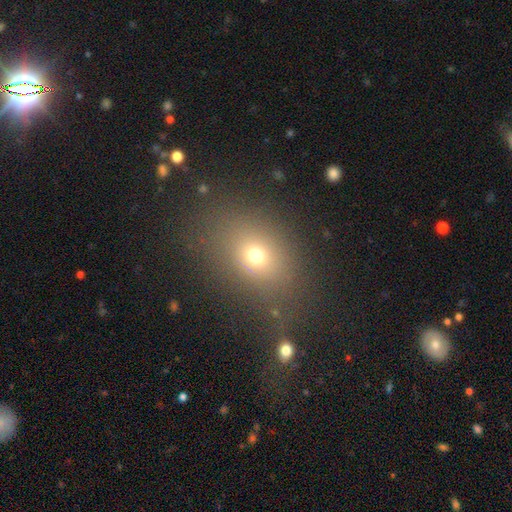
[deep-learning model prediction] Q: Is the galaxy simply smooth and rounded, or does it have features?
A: smooth — 69%.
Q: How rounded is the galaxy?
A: in between — 58%.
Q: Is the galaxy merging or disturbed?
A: none — 71%.